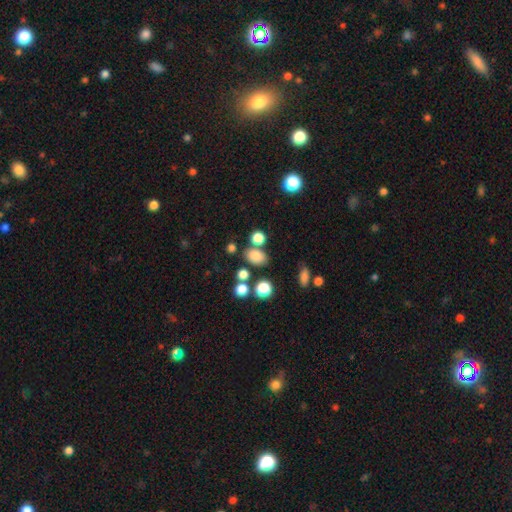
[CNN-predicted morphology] Smooth or featured? smooth (79%)
How rounded? in between (69%)
Merging? none (70%)